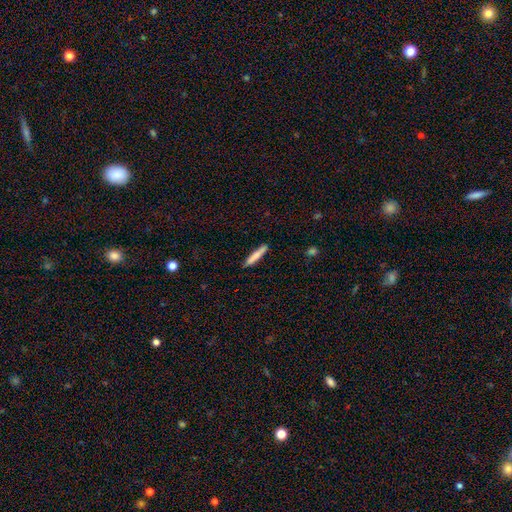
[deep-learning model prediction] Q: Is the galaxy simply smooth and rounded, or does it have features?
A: smooth — 79%.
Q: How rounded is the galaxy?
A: cigar-shaped — 92%.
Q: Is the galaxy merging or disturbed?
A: none — 86%.